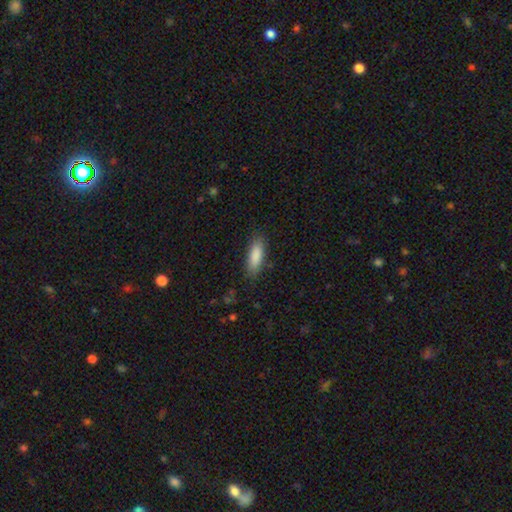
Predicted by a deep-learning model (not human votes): Smooth or featured: smooth — 88% (featured or disk — 6%)
How rounded: in between — 63% (cigar-shaped — 35%)
Merging: none — 84% (minor disturbance — 12%)